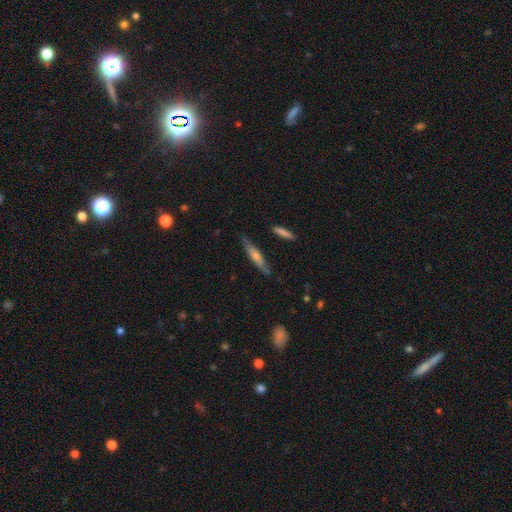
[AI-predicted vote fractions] The model was most divided on "smooth or featured": featured or disk: 49%, smooth: 44%, star or artifact: 7%. More confident: merging — none (80%).